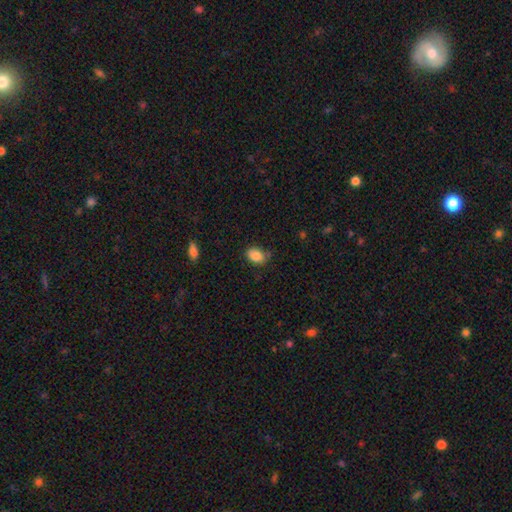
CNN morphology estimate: Overall: smooth (87%). How rounded: in between (79%). Merging: none (75%).